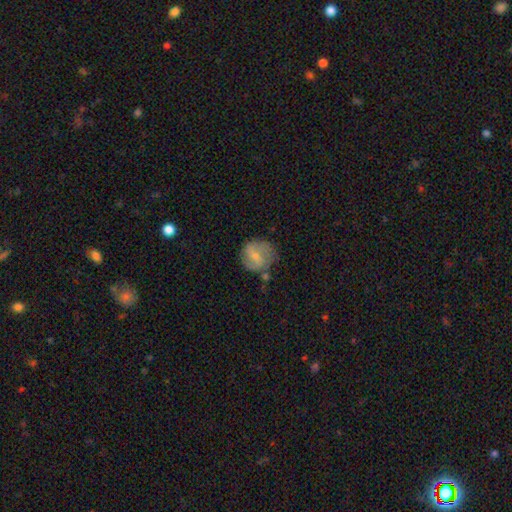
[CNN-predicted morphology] Smooth or featured?
  - featured or disk: 49% *
  - smooth: 44%
  - star or artifact: 7%
Merging?
  - none: 59% *
  - minor disturbance: 24%
  - major disturbance: 10%
  - merger: 7%